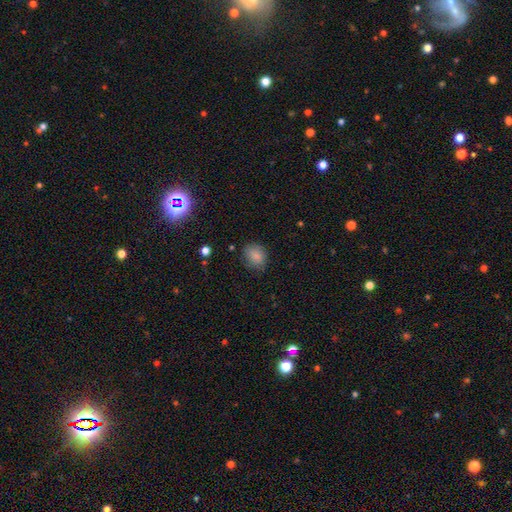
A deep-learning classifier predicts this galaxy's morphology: The model was most divided on "how rounded": round: 56%, in between: 43%, cigar-shaped: 1%. More confident: smooth or featured — smooth (83%); merging — none (73%).